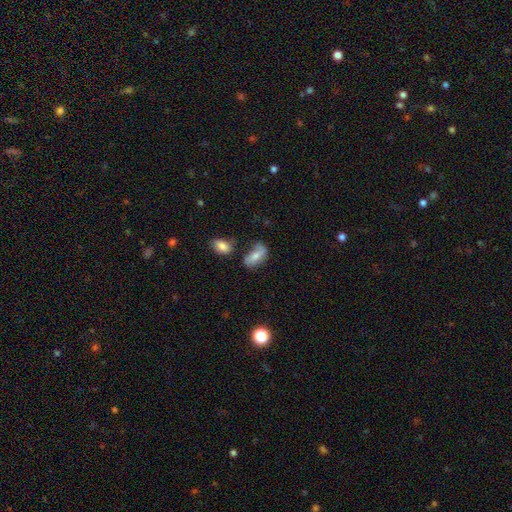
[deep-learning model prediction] This appears to be a smooth galaxy with no disk features (60%) that is in between round and cigar-shaped (90%). Merging: none (48%).